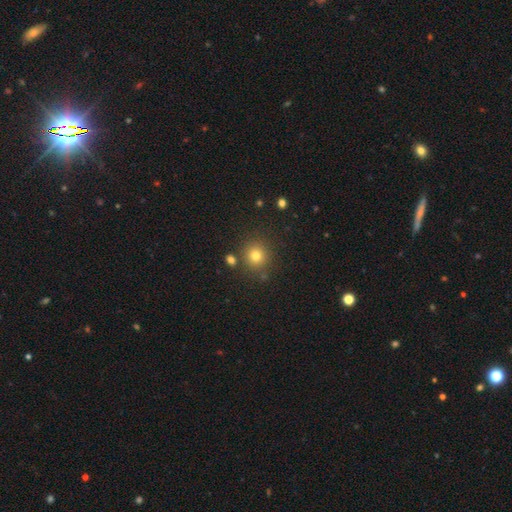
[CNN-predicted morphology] Smooth or featured? Predicted: smooth (p=0.78). How rounded? Predicted: round (p=0.91). Merging? Predicted: none (p=0.83).